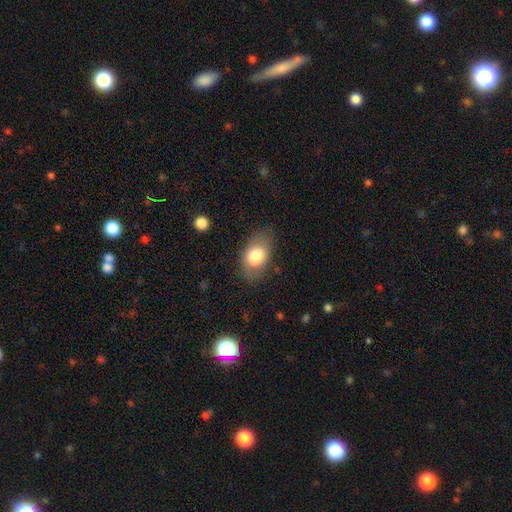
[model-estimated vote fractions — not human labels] Smooth or featured?
  - smooth: 76% *
  - featured or disk: 17%
  - star or artifact: 7%
How rounded?
  - in between: 85% *
  - round: 13%
  - cigar-shaped: 2%
Merging?
  - none: 75% *
  - minor disturbance: 17%
  - major disturbance: 6%
  - merger: 1%